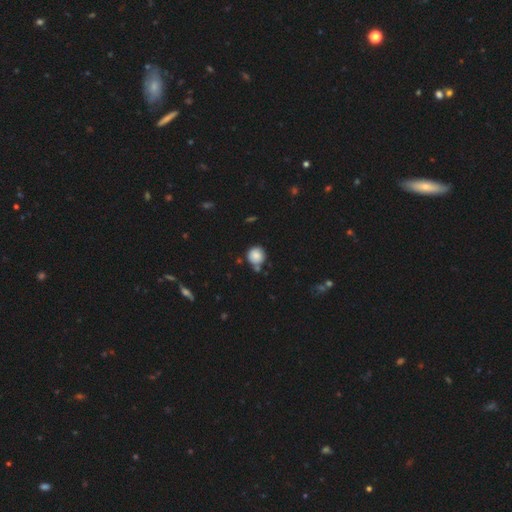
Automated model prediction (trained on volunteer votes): Smooth or featured? Predicted: smooth (p=0.84). How rounded? Predicted: round (p=0.92). Merging? Predicted: none (p=0.69).